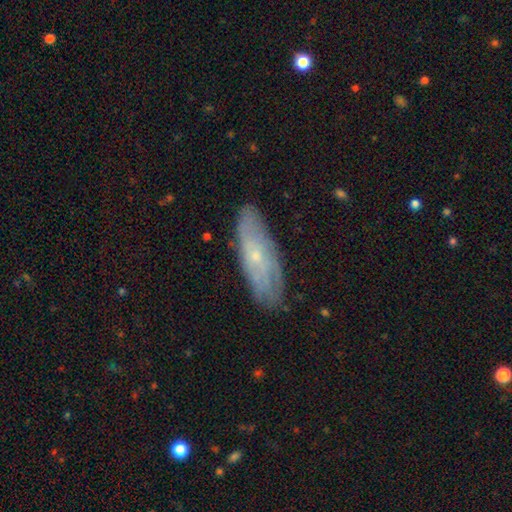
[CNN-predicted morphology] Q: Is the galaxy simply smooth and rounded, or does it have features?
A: featured or disk — 61%.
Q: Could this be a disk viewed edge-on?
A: no — 77%.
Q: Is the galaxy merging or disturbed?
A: none — 78%.